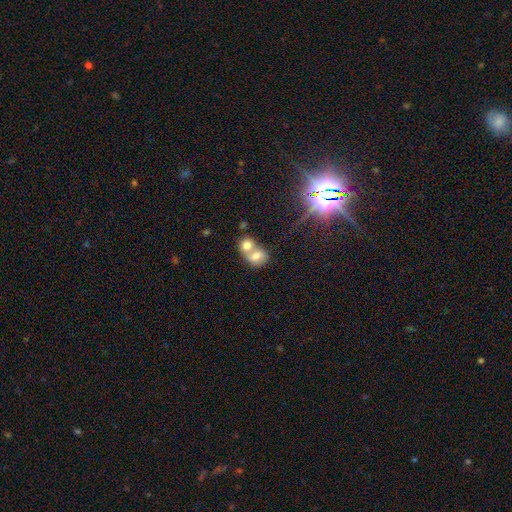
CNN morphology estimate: This appears to be a smooth galaxy with no disk features (69%) that is in between round and cigar-shaped (50%). Merging: merger (71%).